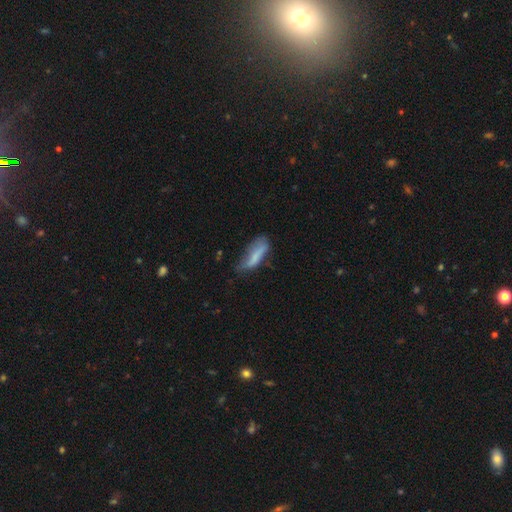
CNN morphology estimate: type=smooth (67%); roundness=in between (51%); merging=none (41%).